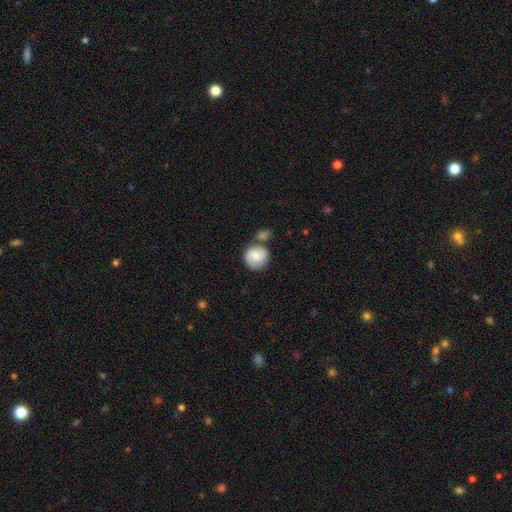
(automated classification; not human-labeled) Smooth or featured: smooth — 66% (featured or disk — 27%)
How rounded: round — 86% (in between — 13%)
Merging: none — 47% (merger — 28%)